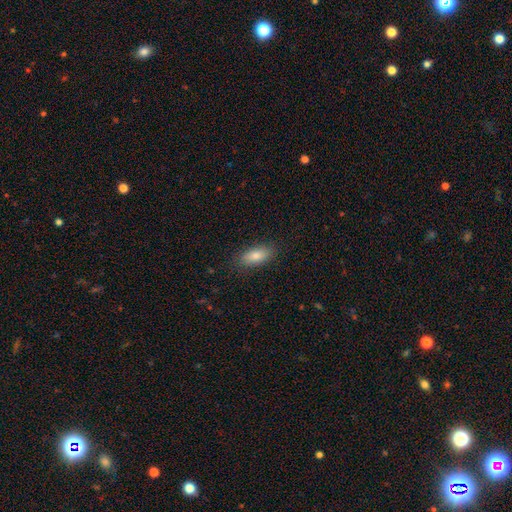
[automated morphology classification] A smooth galaxy with no disk features (82%) that is in between round and cigar-shaped (82%). Merging: none (87%).